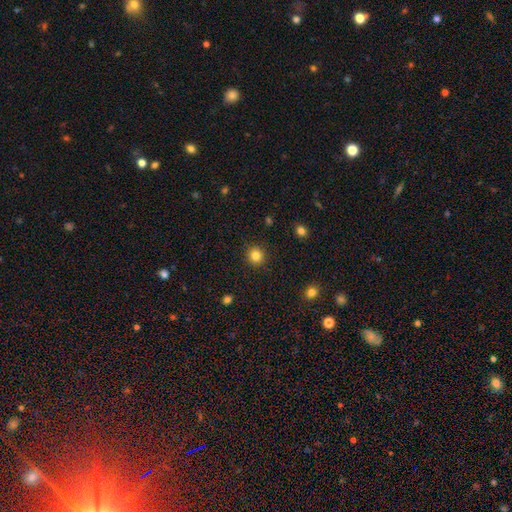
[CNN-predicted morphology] Smooth or featured: smooth — 84% (star or artifact — 11%)
How rounded: round — 92% (in between — 7%)
Merging: none — 92% (minor disturbance — 5%)